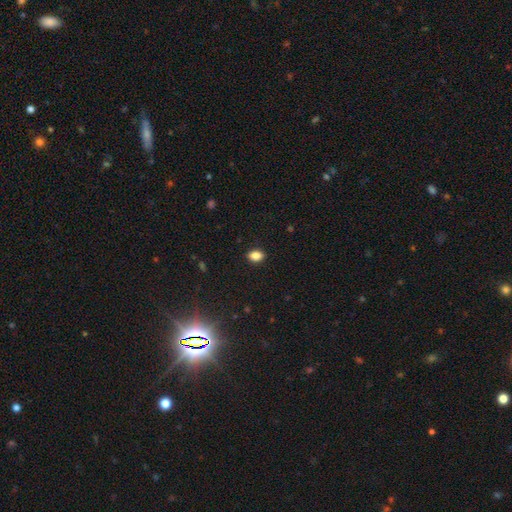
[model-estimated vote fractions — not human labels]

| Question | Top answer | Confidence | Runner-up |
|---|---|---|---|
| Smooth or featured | smooth | 85% | star or artifact (10%) |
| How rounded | in between | 79% | round (19%) |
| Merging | none | 89% | minor disturbance (8%) |